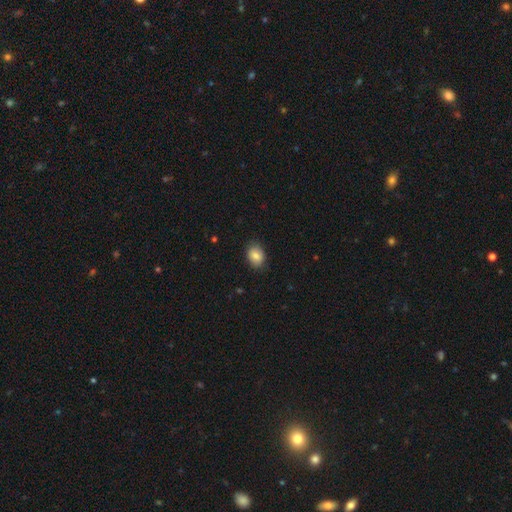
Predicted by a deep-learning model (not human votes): smooth_or_featured: smooth (p=0.83) [alt: featured or disk p=0.09]
how_rounded: in between (p=0.72) [alt: round p=0.27]
merging: none (p=0.82) [alt: minor disturbance p=0.14]